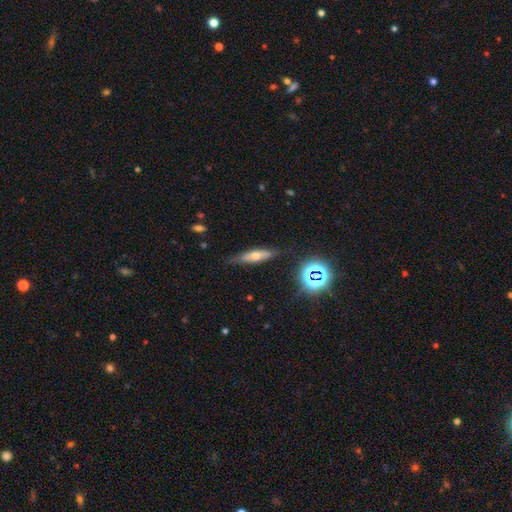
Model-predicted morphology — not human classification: Smooth or featured? Predicted: featured or disk (p=0.45). Merging? Predicted: none (p=0.79).